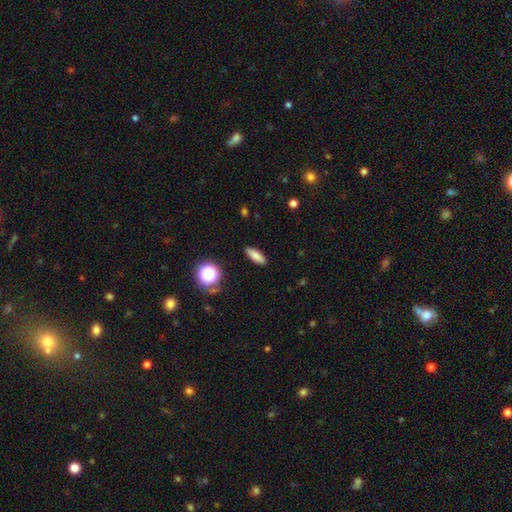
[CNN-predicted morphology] This appears to be a smooth galaxy with no disk features (81%) that is cigar-shaped (51%). Merging: none (90%).